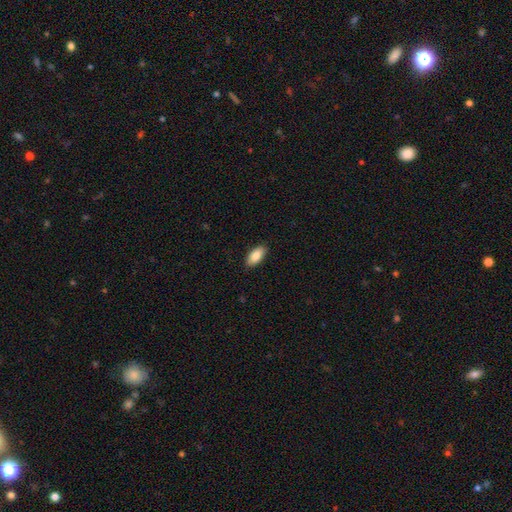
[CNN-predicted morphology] Smooth or featured: smooth — 87% (featured or disk — 7%)
How rounded: in between — 91% (cigar-shaped — 7%)
Merging: none — 88% (minor disturbance — 9%)